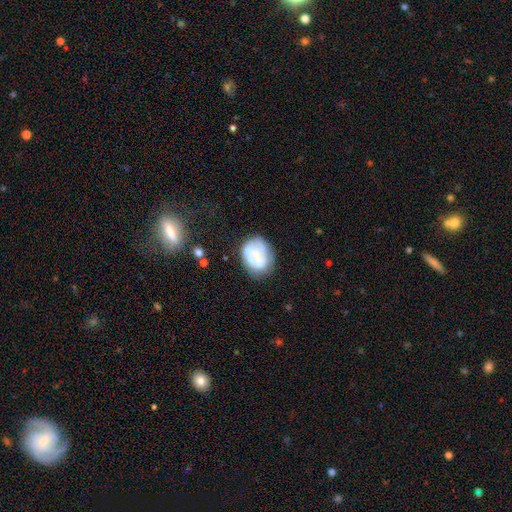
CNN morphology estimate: smooth_or_featured: smooth (p=0.51) [alt: featured or disk p=0.40]
how_rounded: in between (p=0.56) [alt: round p=0.43]
merging: none (p=0.64) [alt: minor disturbance p=0.24]